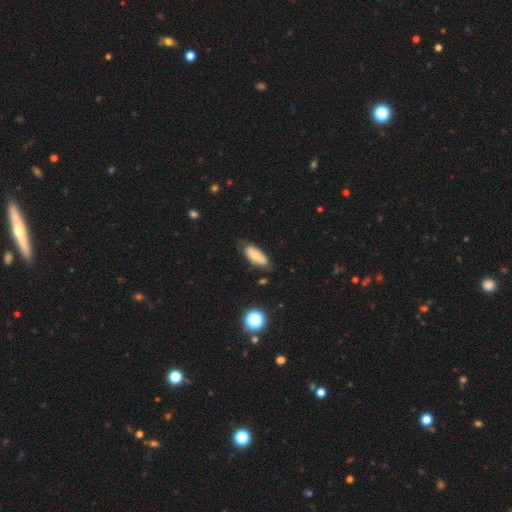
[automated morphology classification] Q: Smooth or featured?
A: smooth (61%); runner-up: featured or disk (31%)
Q: How rounded?
A: in between (76%); runner-up: cigar-shaped (21%)
Q: Merging?
A: none (72%); runner-up: minor disturbance (21%)